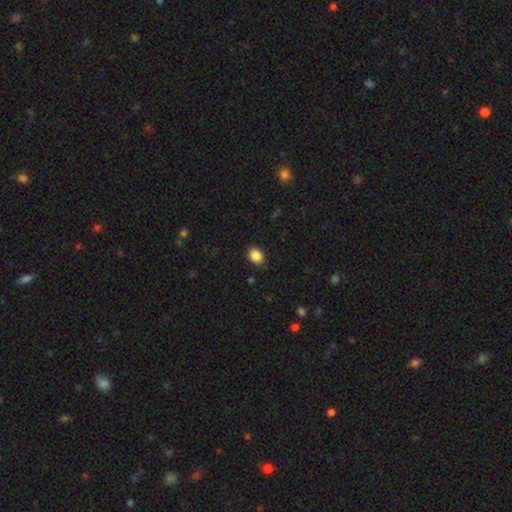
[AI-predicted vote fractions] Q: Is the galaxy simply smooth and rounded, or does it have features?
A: smooth — 88%.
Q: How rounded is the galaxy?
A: in between — 72%.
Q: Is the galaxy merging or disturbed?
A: none — 87%.